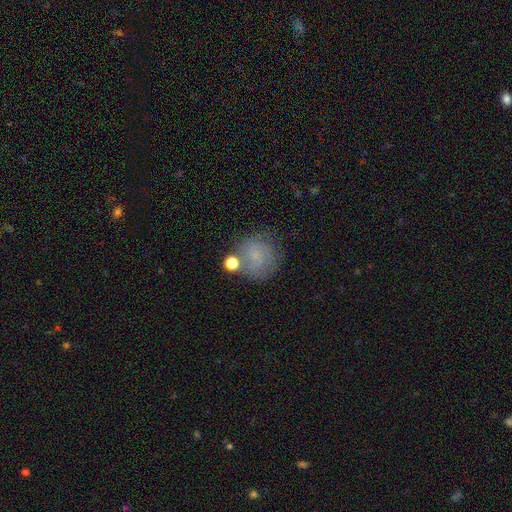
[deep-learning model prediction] This is possibly a smooth galaxy (54%). How rounded: clearly round (87%). Merging: likely none (62%).